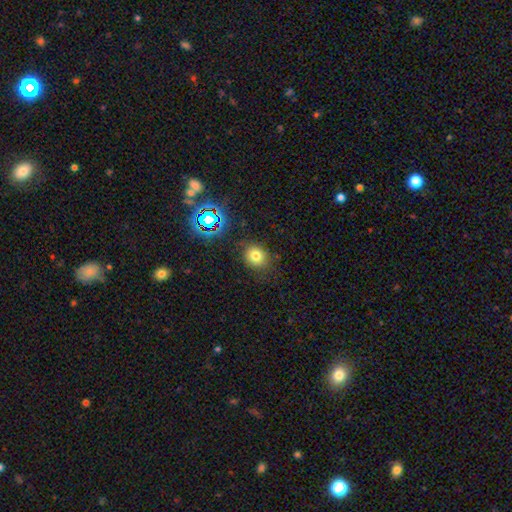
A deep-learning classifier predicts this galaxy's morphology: Smooth or featured: smooth — 73% (star or artifact — 19%)
How rounded: round — 69% (in between — 30%)
Merging: none — 81% (minor disturbance — 12%)